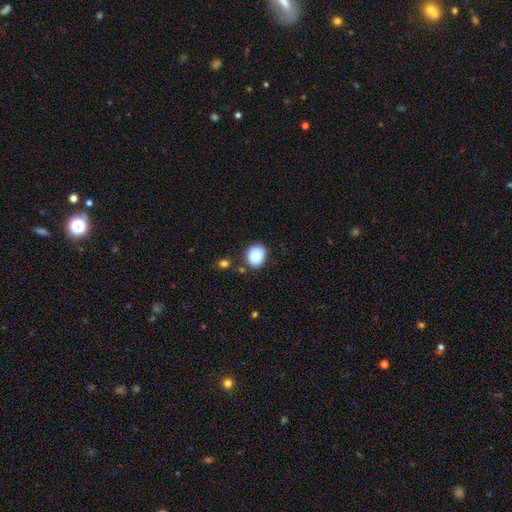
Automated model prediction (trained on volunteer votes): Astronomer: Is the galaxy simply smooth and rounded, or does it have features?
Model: smooth — 89%.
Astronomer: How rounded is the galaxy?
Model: round — 64%.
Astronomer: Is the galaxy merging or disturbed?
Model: none — 81%.